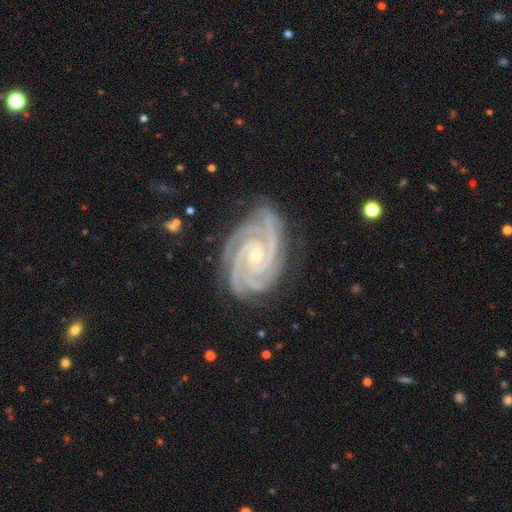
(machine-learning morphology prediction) Q: Smooth or featured?
A: featured or disk (94%); runner-up: star or artifact (4%)
Q: Edge-on disk?
A: no (98%); runner-up: yes (2%)
Q: Bar?
A: no (61%); runner-up: weak (26%)
Q: Spiral arms?
A: yes (99%); runner-up: no (1%)
Q: Spiral winding?
A: tight (82%); runner-up: medium (17%)
Q: Spiral arm count?
A: 3 (44%); runner-up: 4 (25%)
Q: Bulge size?
A: small (62%); runner-up: moderate (35%)
Q: Merging?
A: none (79%); runner-up: minor disturbance (16%)